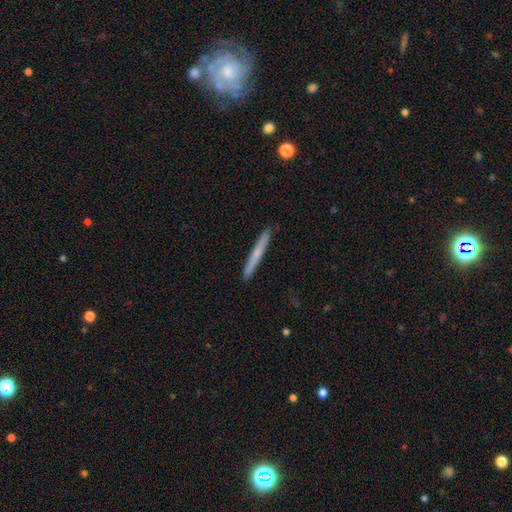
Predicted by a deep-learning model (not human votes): Smooth or featured?
  - smooth: 64% *
  - featured or disk: 31%
  - star or artifact: 6%
How rounded?
  - cigar-shaped: 97% *
  - in between: 2%
  - round: 1%
Merging?
  - none: 90% *
  - minor disturbance: 8%
  - major disturbance: 1%
  - merger: 1%